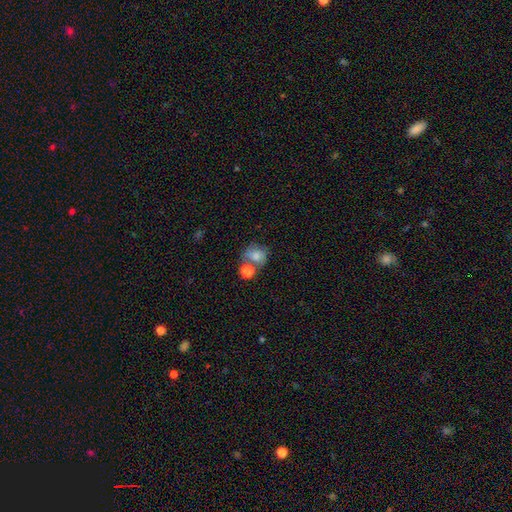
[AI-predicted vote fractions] Q: Smooth or featured?
A: smooth (71%); runner-up: featured or disk (18%)
Q: How rounded?
A: round (70%); runner-up: in between (29%)
Q: Merging?
A: none (40%); runner-up: merger (35%)